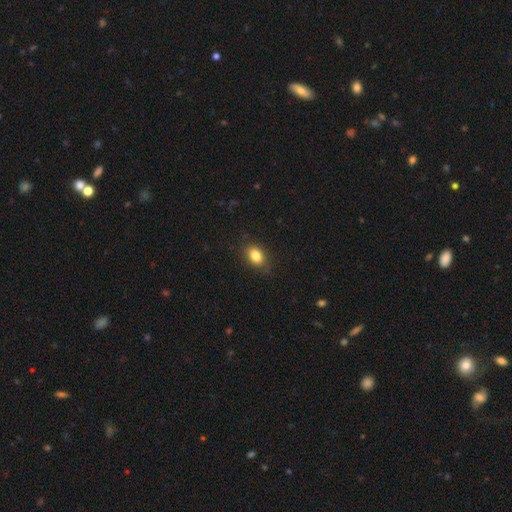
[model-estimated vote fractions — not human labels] The model was most divided on "how rounded": in between: 77%, round: 21%, cigar-shaped: 2%. More confident: smooth or featured — smooth (84%); merging — none (82%).